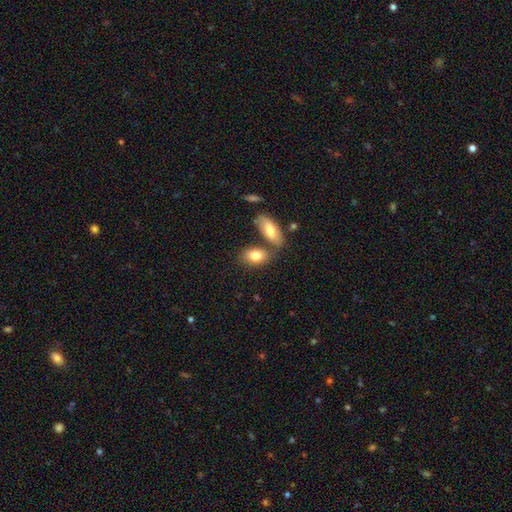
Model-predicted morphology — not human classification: This appears to be a smooth galaxy with no disk features (80%) that is in between round and cigar-shaped (88%). Merging: none (56%).